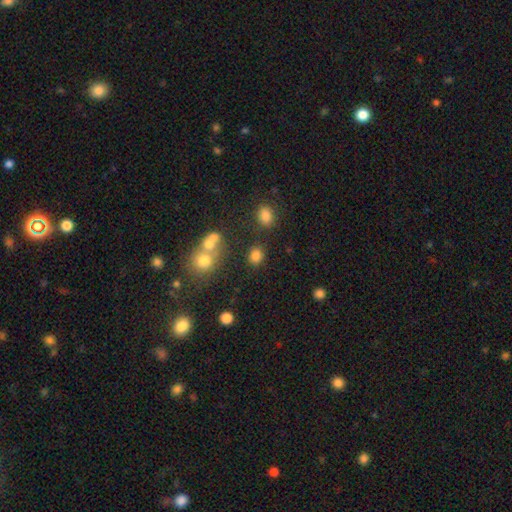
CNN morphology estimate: This appears to be a smooth galaxy with no disk features (80%) that is round (64%). Merging: none (75%).